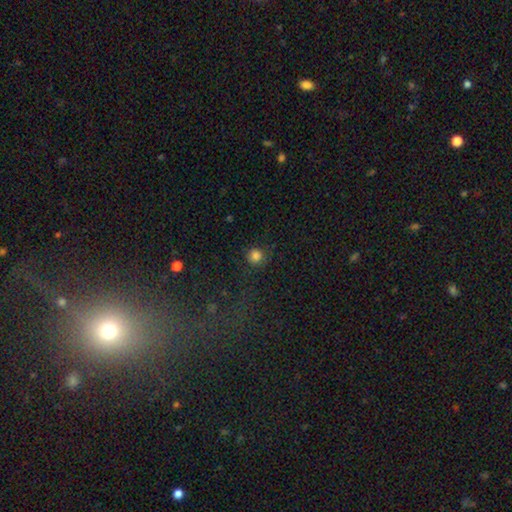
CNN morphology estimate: This appears to be a smooth galaxy with no disk features (82%) that is round (93%). Merging: none (82%).